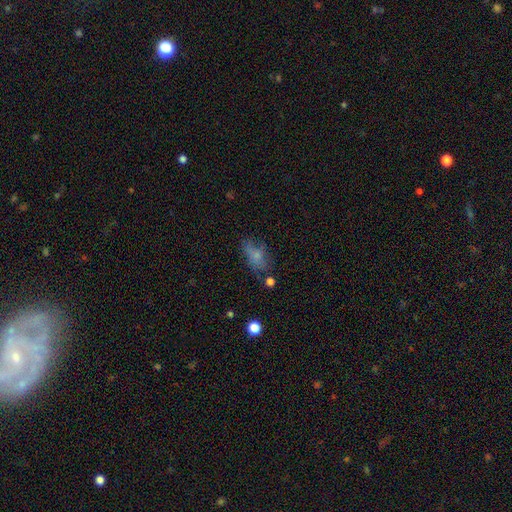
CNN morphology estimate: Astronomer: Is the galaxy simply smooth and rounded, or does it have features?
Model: smooth — 65%.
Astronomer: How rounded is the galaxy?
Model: in between — 82%.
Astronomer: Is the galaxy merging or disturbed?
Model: none — 47% (runner-up: minor disturbance, 26%).